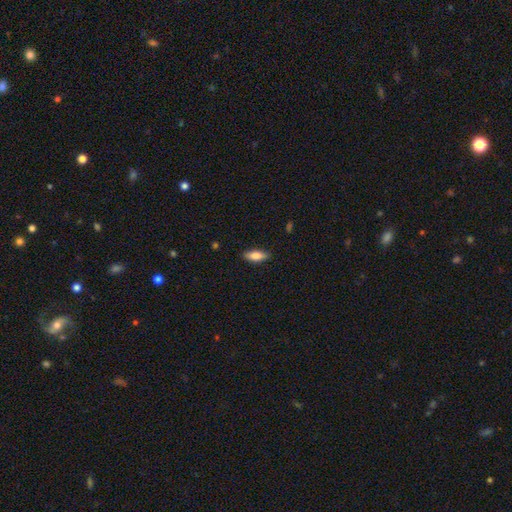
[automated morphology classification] Smooth or featured?
  - smooth: 79% *
  - featured or disk: 15%
  - star or artifact: 7%
How rounded?
  - in between: 74% *
  - cigar-shaped: 24%
  - round: 2%
Merging?
  - none: 86% *
  - minor disturbance: 11%
  - major disturbance: 2%
  - merger: 1%